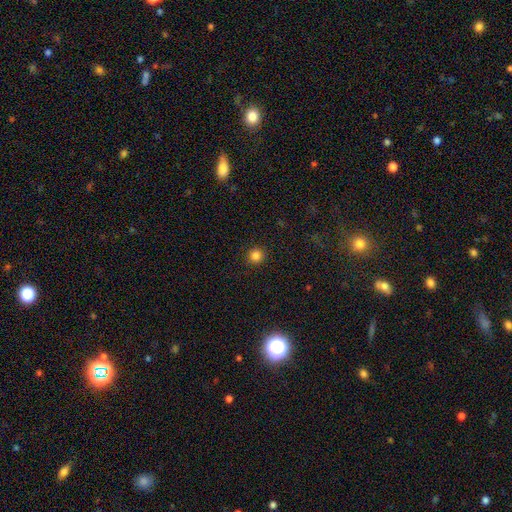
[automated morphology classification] Smooth or featured?
  - smooth: 83% *
  - star or artifact: 13%
  - featured or disk: 4%
How rounded?
  - round: 95% *
  - in between: 4%
  - cigar-shaped: 1%
Merging?
  - none: 91% *
  - minor disturbance: 6%
  - major disturbance: 2%
  - merger: 1%